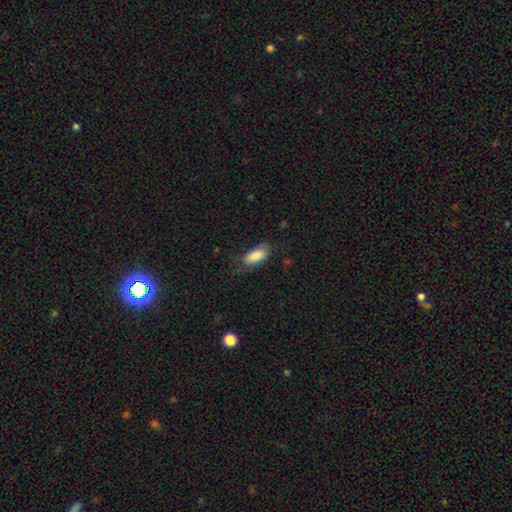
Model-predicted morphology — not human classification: A smooth galaxy with no disk features (85%) that is in between round and cigar-shaped (89%).

Vote fractions:
- Smooth or featured? smooth: 85% / featured or disk: 8% / star or artifact: 6%
- How rounded? in between: 89% / cigar-shaped: 8% / round: 3%
- Merging? none: 69% / minor disturbance: 22% / major disturbance: 8% / merger: 1%